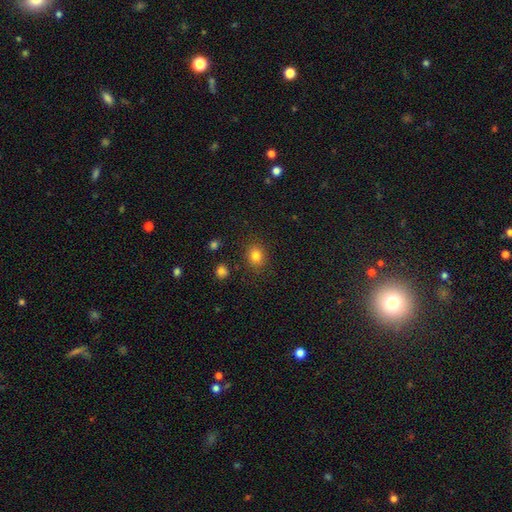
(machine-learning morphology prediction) Smooth or featured? Predicted: smooth (p=0.81). How rounded? Predicted: round (p=0.64). Merging? Predicted: none (p=0.85).